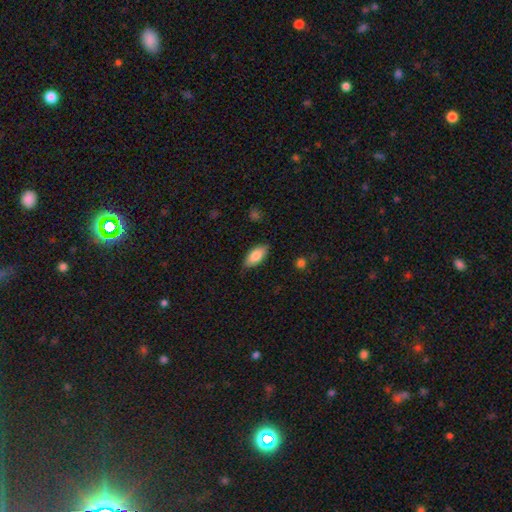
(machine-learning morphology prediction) type=smooth (83%); roundness=in between (88%); merging=none (82%).